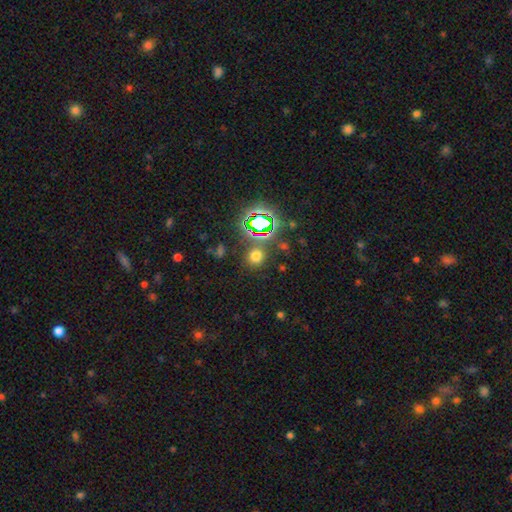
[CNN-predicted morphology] This appears to be a smooth galaxy with no disk features (61%) that is round (86%). Merging: none (81%).